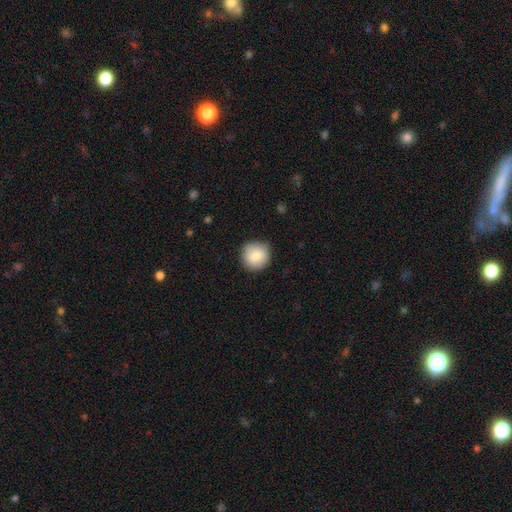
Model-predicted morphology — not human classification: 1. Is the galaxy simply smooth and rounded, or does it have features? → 83% smooth, 10% featured or disk, 7% star or artifact.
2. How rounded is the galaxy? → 93% round, 6% in between, 1% cigar-shaped.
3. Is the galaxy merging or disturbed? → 85% none, 11% minor disturbance, 2% major disturbance, 1% merger.